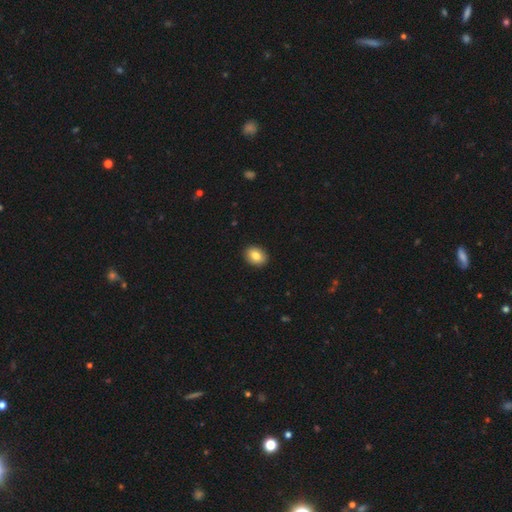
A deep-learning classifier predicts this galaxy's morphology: Smooth or featured? Predicted: smooth (p=0.83). How rounded? Predicted: in between (p=0.66). Merging? Predicted: none (p=0.91).